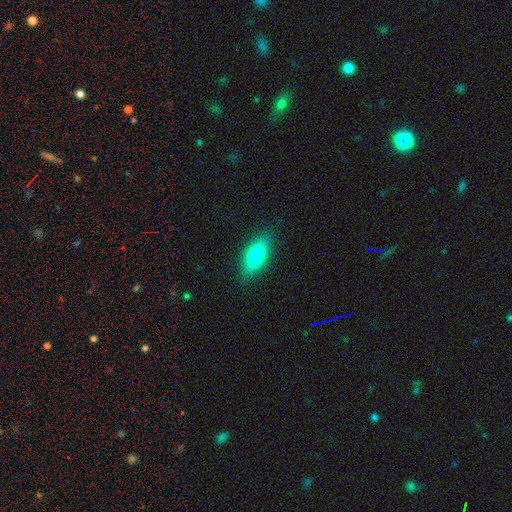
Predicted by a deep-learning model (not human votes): Q: Smooth or featured?
A: smooth (78%); runner-up: featured or disk (14%)
Q: How rounded?
A: in between (81%); runner-up: cigar-shaped (15%)
Q: Merging?
A: none (86%); runner-up: minor disturbance (11%)